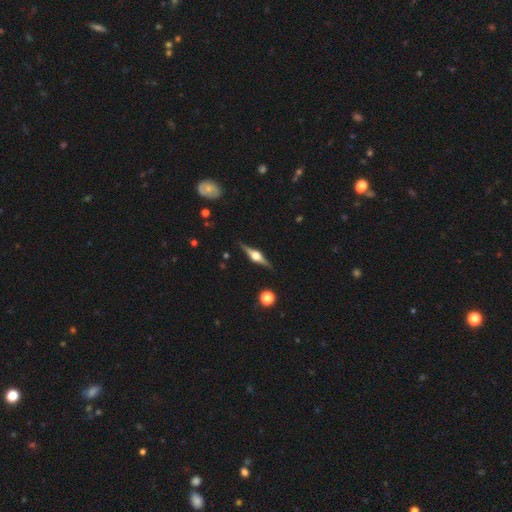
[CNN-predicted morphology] Smooth or featured? featured or disk (83%)
Edge-on disk? yes (98%)
Edge-on bulge? rounded (94%)
Merging? none (90%)